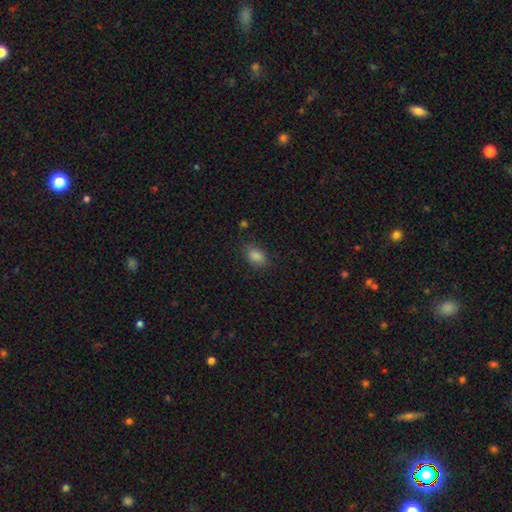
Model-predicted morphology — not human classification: Smooth or featured: smooth — 84% (star or artifact — 11%)
How rounded: in between — 87% (round — 10%)
Merging: none — 83% (minor disturbance — 13%)